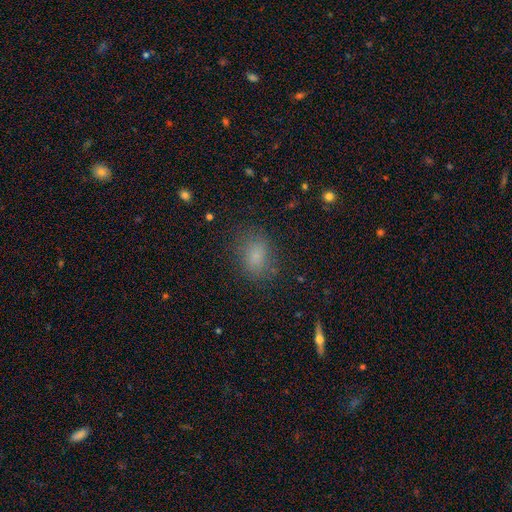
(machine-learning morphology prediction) A smooth galaxy with no disk features (78%) that is in between round and cigar-shaped (69%).

Vote fractions:
- Smooth or featured? smooth: 78% / star or artifact: 13% / featured or disk: 8%
- How rounded? in between: 69% / round: 29% / cigar-shaped: 2%
- Merging? none: 77% / minor disturbance: 15% / major disturbance: 6% / merger: 1%